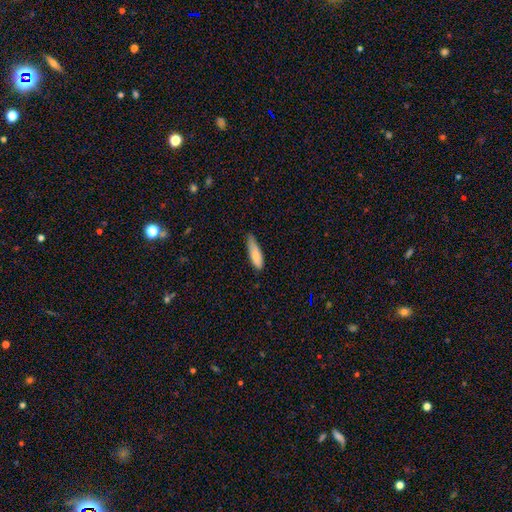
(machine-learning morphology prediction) Smooth or featured: smooth — 81% (featured or disk — 13%)
How rounded: cigar-shaped — 60% (in between — 38%)
Merging: none — 61% (minor disturbance — 33%)